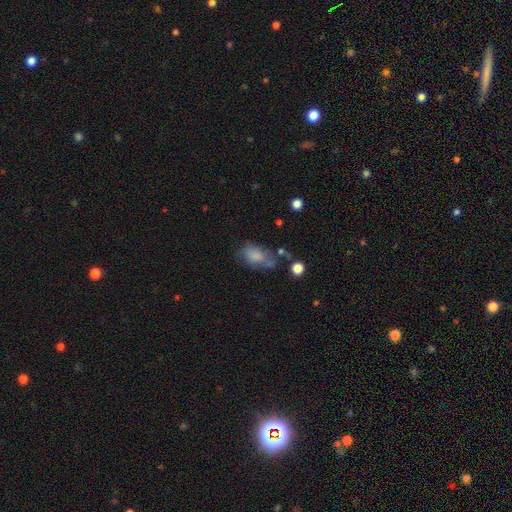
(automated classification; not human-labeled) Smooth or featured? smooth (74%)
How rounded? in between (89%)
Merging? none (45%)